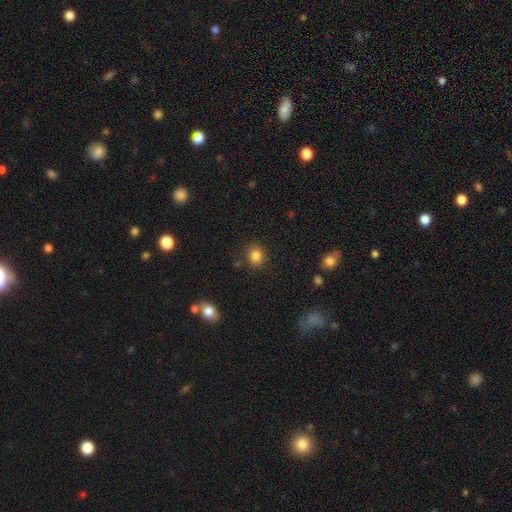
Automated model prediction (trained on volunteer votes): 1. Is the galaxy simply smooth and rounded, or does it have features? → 84% smooth, 11% star or artifact, 5% featured or disk.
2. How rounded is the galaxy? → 70% round, 29% in between, 1% cigar-shaped.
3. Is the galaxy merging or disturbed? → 86% none, 9% minor disturbance, 3% major disturbance, 2% merger.